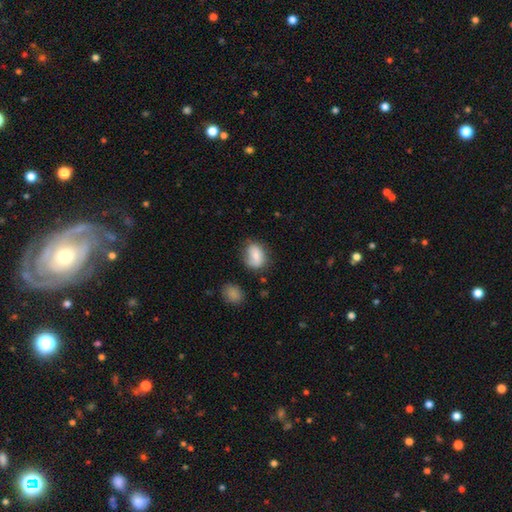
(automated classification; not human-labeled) Q: Smooth or featured?
A: smooth (76%); runner-up: featured or disk (16%)
Q: How rounded?
A: in between (68%); runner-up: round (31%)
Q: Merging?
A: none (63%); runner-up: minor disturbance (27%)